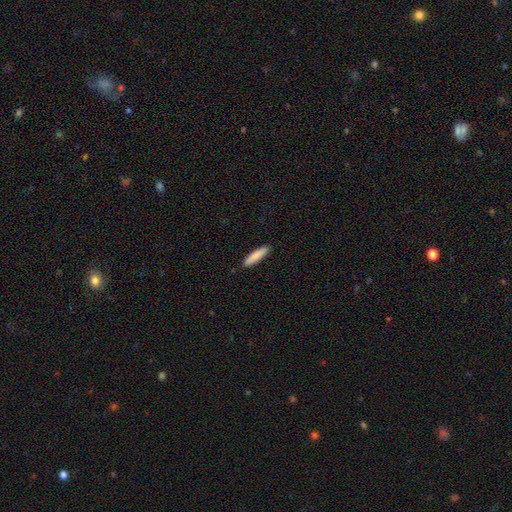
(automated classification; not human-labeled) smooth-or-featured: smooth: 86% | featured or disk: 9% | star or artifact: 6%
  how-rounded: cigar-shaped: 79% | in between: 20% | round: 1%
  merging: none: 90% | minor disturbance: 7% | major disturbance: 1% | merger: 1%